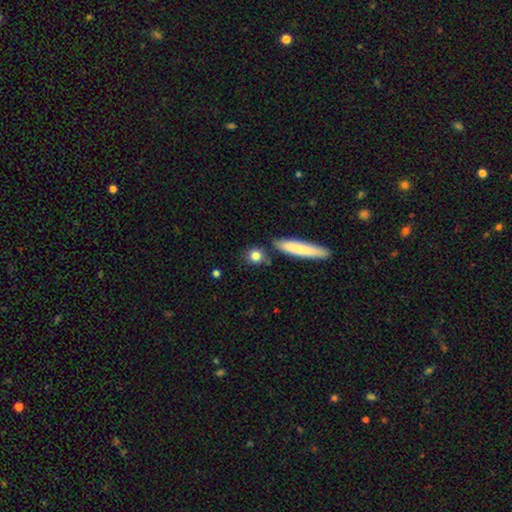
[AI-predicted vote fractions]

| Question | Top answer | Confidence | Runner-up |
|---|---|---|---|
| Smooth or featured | smooth | 82% | featured or disk (10%) |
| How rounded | round | 69% | in between (20%) |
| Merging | none | 79% | minor disturbance (10%) |